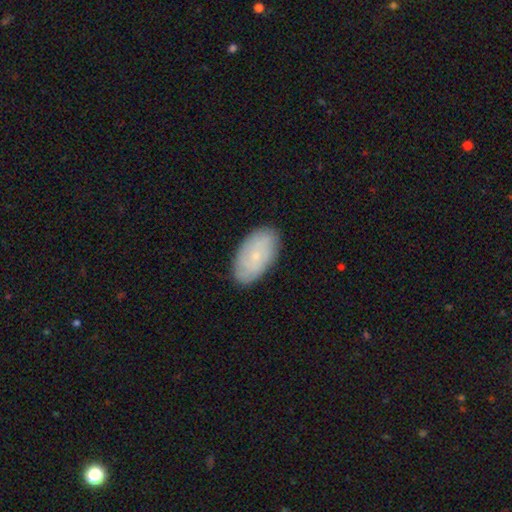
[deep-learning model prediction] This is possibly a smooth galaxy (52%). How rounded: clearly in between (94%). Merging: clearly none (85%).